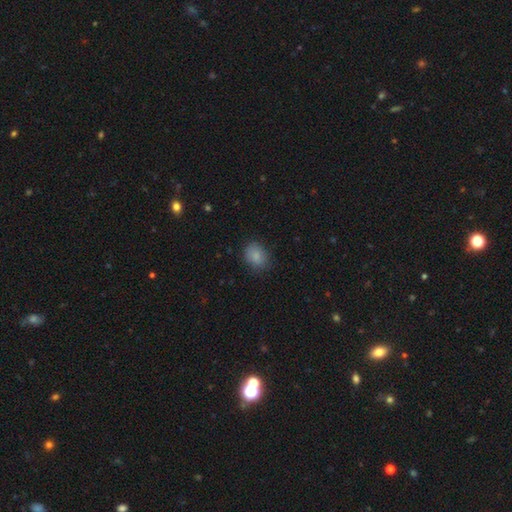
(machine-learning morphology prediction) A smooth galaxy with no disk features (86%) that is round (50%, tied with in between). Merging: none (78%).